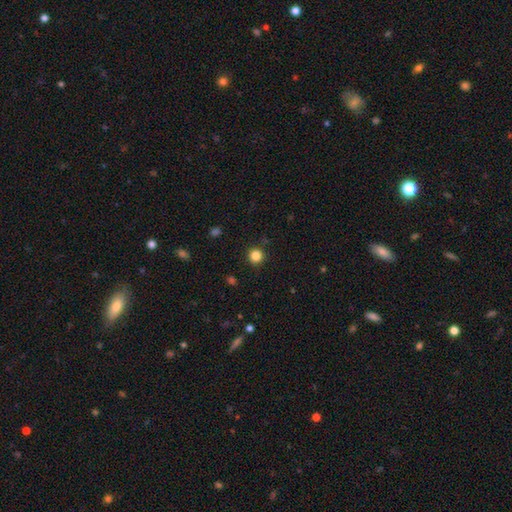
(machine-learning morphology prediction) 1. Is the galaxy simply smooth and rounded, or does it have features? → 84% smooth, 12% star or artifact, 4% featured or disk.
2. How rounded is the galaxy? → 95% round, 4% in between, 1% cigar-shaped.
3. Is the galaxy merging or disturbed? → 92% none, 5% minor disturbance, 2% major disturbance, 1% merger.